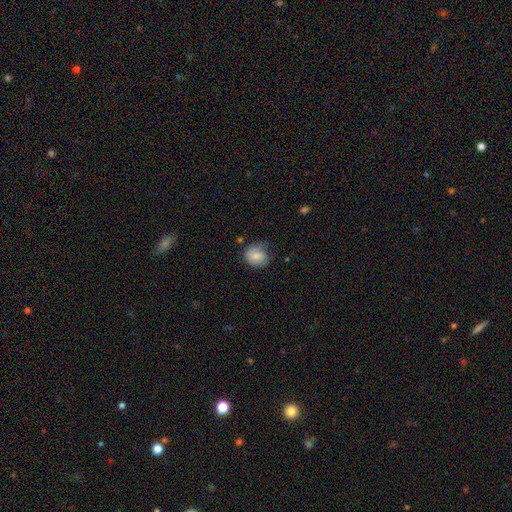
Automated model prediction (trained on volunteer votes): smooth_or_featured: smooth (p=0.78) [alt: featured or disk p=0.14]
how_rounded: round (p=0.70) [alt: in between p=0.29]
merging: none (p=0.60) [alt: minor disturbance p=0.29]